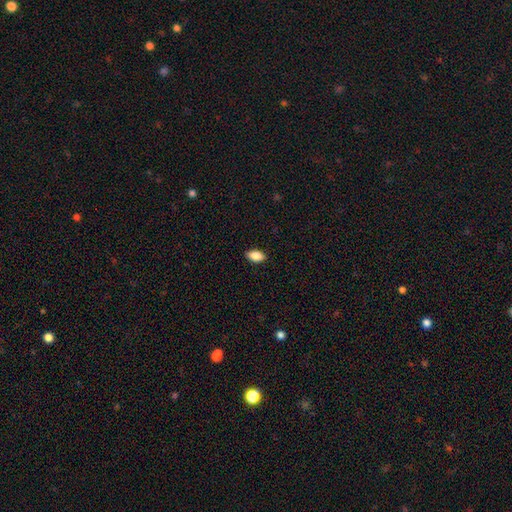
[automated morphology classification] Overall: smooth (87%). How rounded: in between (91%). Merging: none (87%).